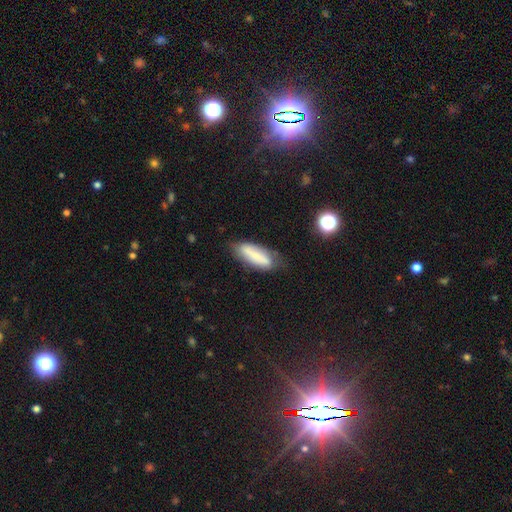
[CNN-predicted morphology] A smooth galaxy with no disk features (67%) that is in between round and cigar-shaped (64%). Merging: none (65%).